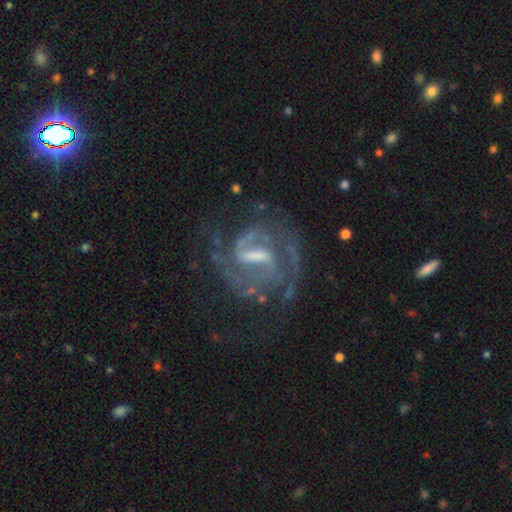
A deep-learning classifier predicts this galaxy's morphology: Q: Smooth or featured?
A: featured or disk (89%); runner-up: star or artifact (6%)
Q: Edge-on disk?
A: no (97%); runner-up: yes (3%)
Q: Bar?
A: strong (51%); runner-up: weak (41%)
Q: Spiral arms?
A: yes (96%); runner-up: no (4%)
Q: Spiral winding?
A: medium (52%); runner-up: tight (37%)
Q: Spiral arm count?
A: 2 (70%); runner-up: can't tell (11%)
Q: Bulge size?
A: moderate (37%); runner-up: small (35%)
Q: Merging?
A: none (62%); runner-up: minor disturbance (19%)